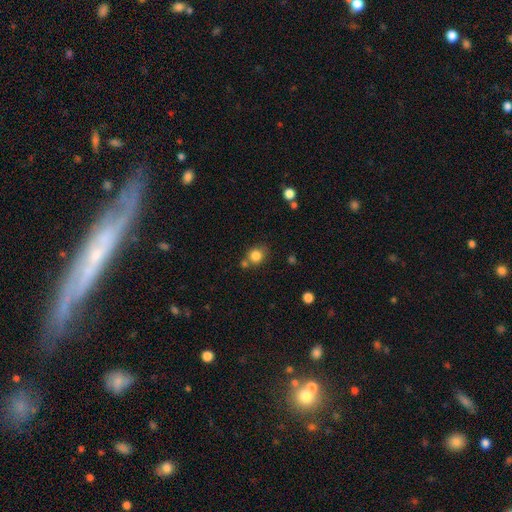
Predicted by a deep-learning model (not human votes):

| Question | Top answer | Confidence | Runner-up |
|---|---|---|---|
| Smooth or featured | smooth | 83% | star or artifact (11%) |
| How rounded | round | 76% | in between (23%) |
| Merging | none | 64% | merger (17%) |